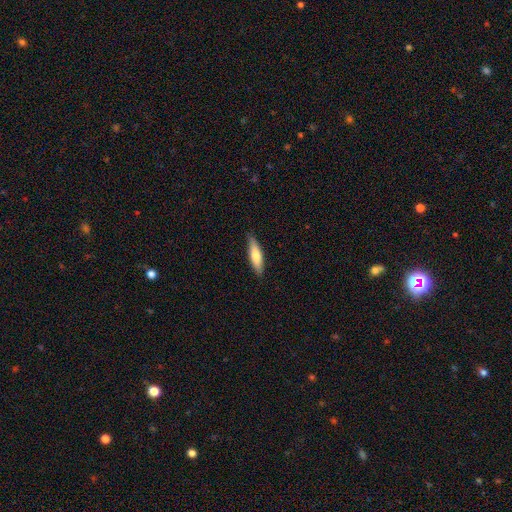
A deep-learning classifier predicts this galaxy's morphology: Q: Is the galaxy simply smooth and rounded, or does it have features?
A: smooth — 72%.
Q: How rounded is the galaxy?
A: cigar-shaped — 65%.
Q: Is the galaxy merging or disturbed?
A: none — 86%.